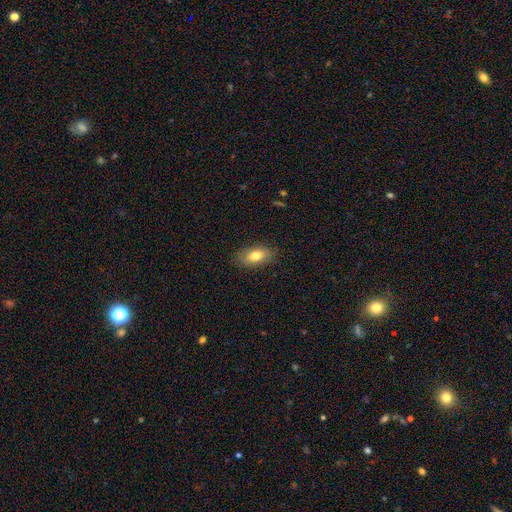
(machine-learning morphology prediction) Smooth or featured: smooth — 73% (featured or disk — 20%)
How rounded: in between — 89% (round — 6%)
Merging: none — 82% (minor disturbance — 14%)